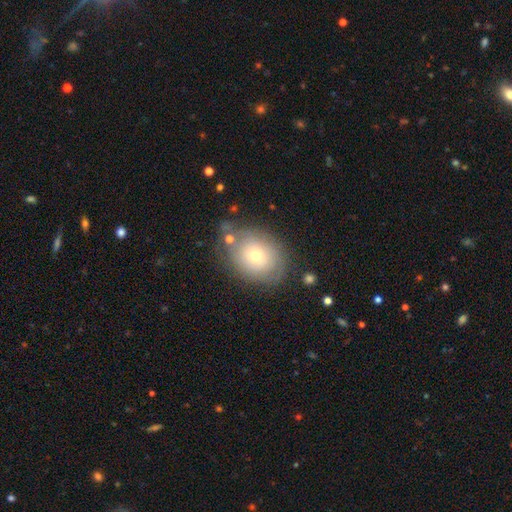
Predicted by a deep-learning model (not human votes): A smooth galaxy with no disk features (60%) that is in between round and cigar-shaped (50%).

Vote fractions:
- Smooth or featured? smooth: 60% / featured or disk: 30% / star or artifact: 10%
- How rounded? in between: 50% / round: 49% / cigar-shaped: 1%
- Merging? none: 68% / minor disturbance: 20% / major disturbance: 7% / merger: 5%